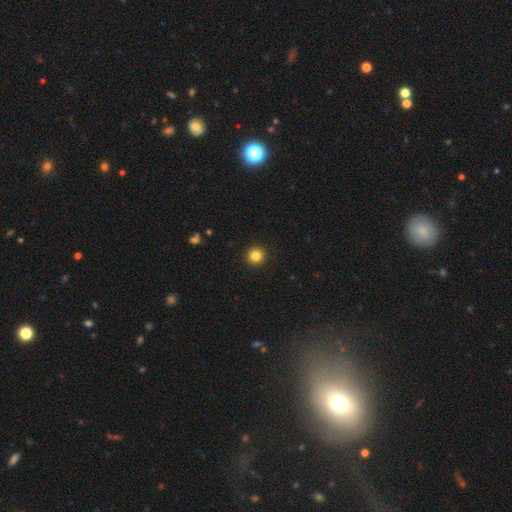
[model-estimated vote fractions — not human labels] smooth-or-featured: smooth: 84% | star or artifact: 11% | featured or disk: 5%
  how-rounded: round: 95% | in between: 4% | cigar-shaped: 1%
  merging: none: 93% | minor disturbance: 4% | major disturbance: 2% | merger: 1%